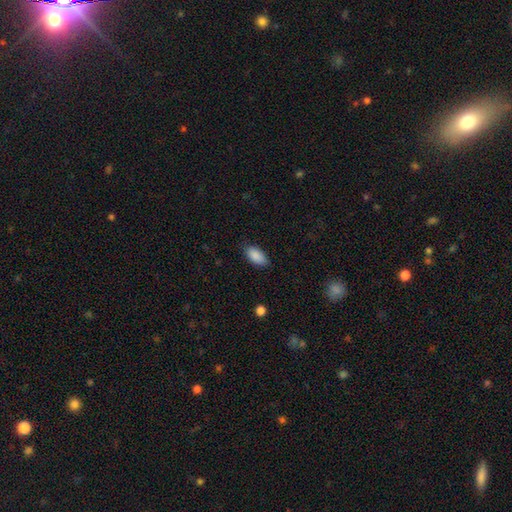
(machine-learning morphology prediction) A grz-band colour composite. It shows a smooth galaxy with no disk features (89%) that is in between round and cigar-shaped (93%). Merging: none (80%).